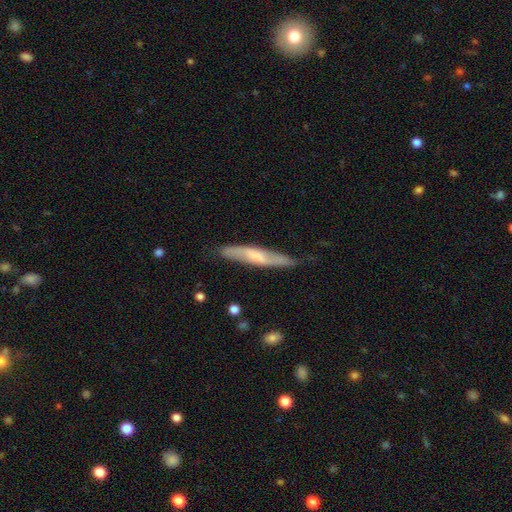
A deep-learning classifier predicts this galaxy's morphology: Q: Smooth or featured?
A: featured or disk (55%); runner-up: smooth (39%)
Q: Edge-on disk?
A: yes (55%); runner-up: no (45%)
Q: Merging?
A: none (71%); runner-up: minor disturbance (23%)